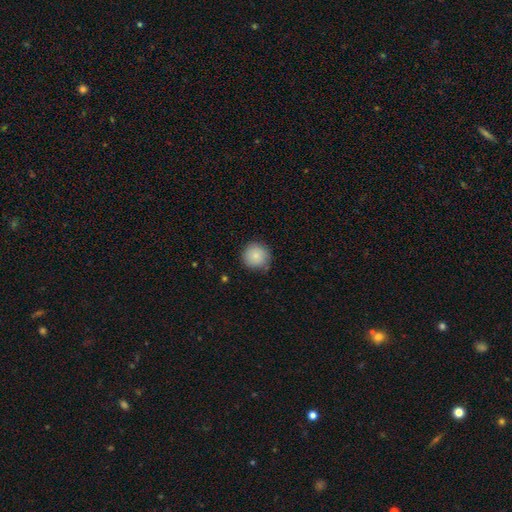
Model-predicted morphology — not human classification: This is clearly a smooth galaxy (84%). How rounded: clearly round (93%). Merging: likely none (78%).